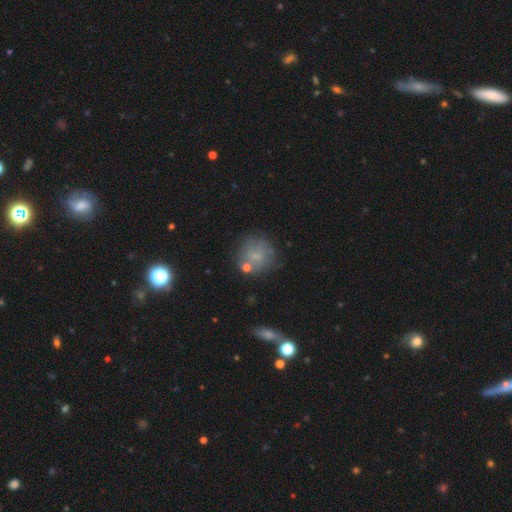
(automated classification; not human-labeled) Overall: smooth (66%). How rounded: round (88%). Merging: none (68%).